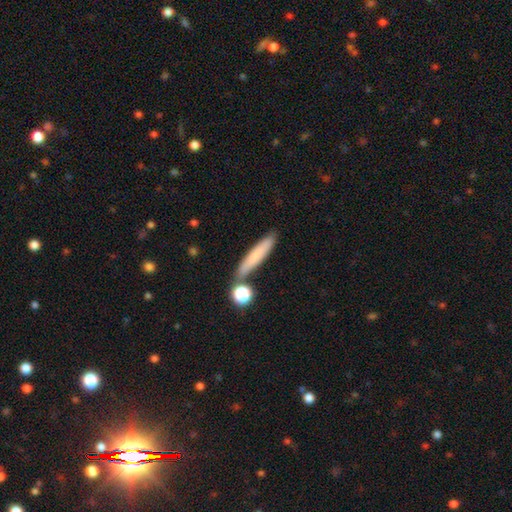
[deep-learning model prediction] Smooth or featured: smooth — 72% (featured or disk — 19%)
How rounded: cigar-shaped — 87% (in between — 10%)
Merging: none — 76% (minor disturbance — 12%)